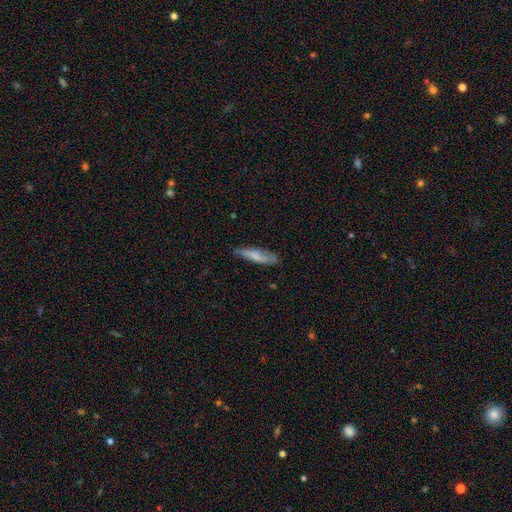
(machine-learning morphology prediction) smooth-or-featured: smooth: 67% | featured or disk: 27% | star or artifact: 6%
  how-rounded: cigar-shaped: 70% | in between: 28% | round: 2%
  merging: none: 73% | minor disturbance: 21% | major disturbance: 4% | merger: 2%